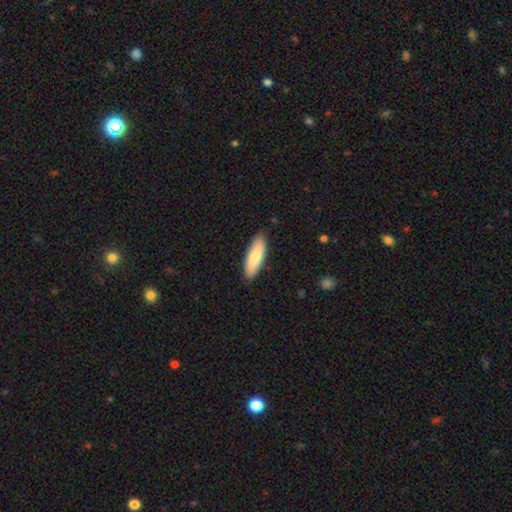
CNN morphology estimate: Smooth or featured? smooth (80%)
How rounded? cigar-shaped (49%, tied with in between)
Merging? none (88%)